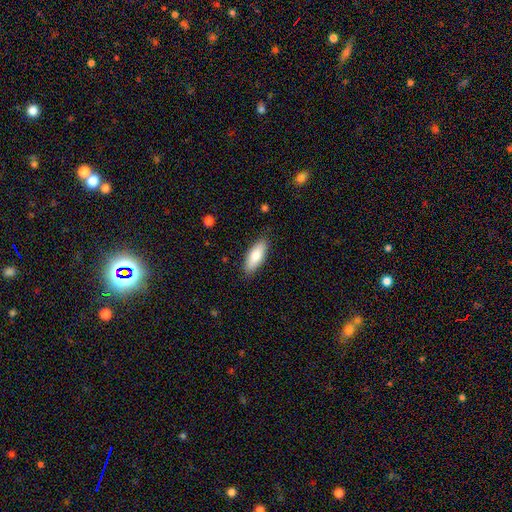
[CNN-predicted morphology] smooth_or_featured: smooth (p=0.79) [alt: featured or disk p=0.15]
how_rounded: in between (p=0.69) [alt: cigar-shaped p=0.29]
merging: none (p=0.87) [alt: minor disturbance p=0.10]